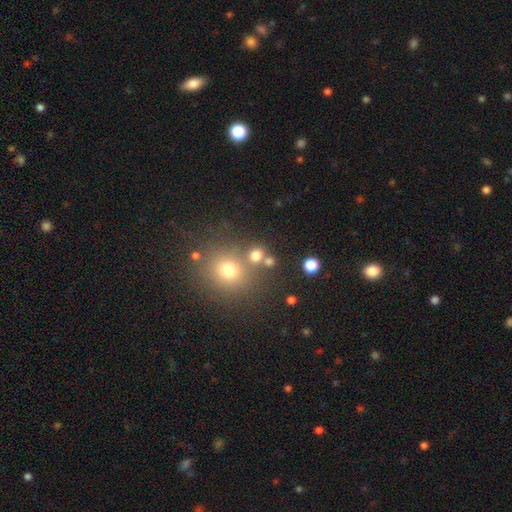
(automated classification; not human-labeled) smooth_or_featured: smooth (p=0.73) [alt: star or artifact p=0.19]
how_rounded: round (p=0.84) [alt: in between p=0.15]
merging: none (p=0.67) [alt: merger p=0.21]